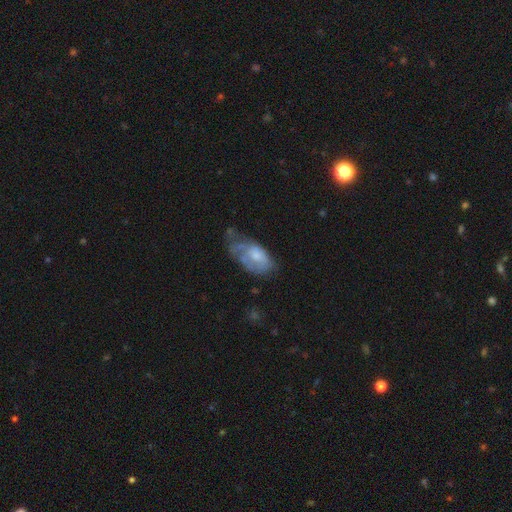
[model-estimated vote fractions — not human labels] This is possibly a smooth galaxy (48%). Merging: marginally major disturbance (35%).